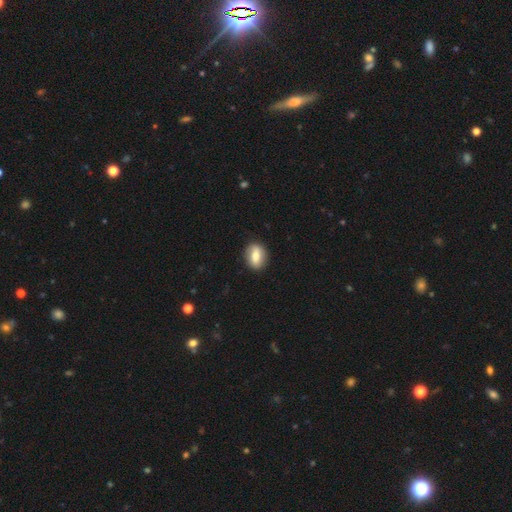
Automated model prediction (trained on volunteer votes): smooth-or-featured: smooth: 68% | featured or disk: 25% | star or artifact: 7%
  how-rounded: in between: 69% | round: 28% | cigar-shaped: 3%
  merging: none: 87% | minor disturbance: 9% | major disturbance: 2% | merger: 1%